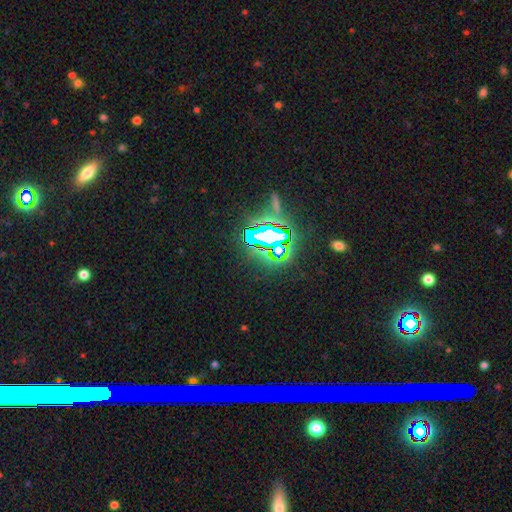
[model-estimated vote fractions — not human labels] The model was most divided on "smooth or featured": star or artifact: 78%, smooth: 13%, featured or disk: 9%.